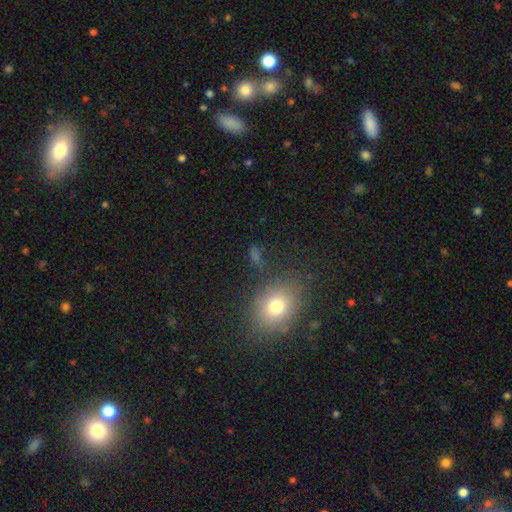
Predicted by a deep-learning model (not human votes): smooth_or_featured: smooth (p=0.61) [alt: star or artifact p=0.26]
how_rounded: in between (p=0.58) [alt: round p=0.36]
merging: none (p=0.76) [alt: minor disturbance p=0.12]